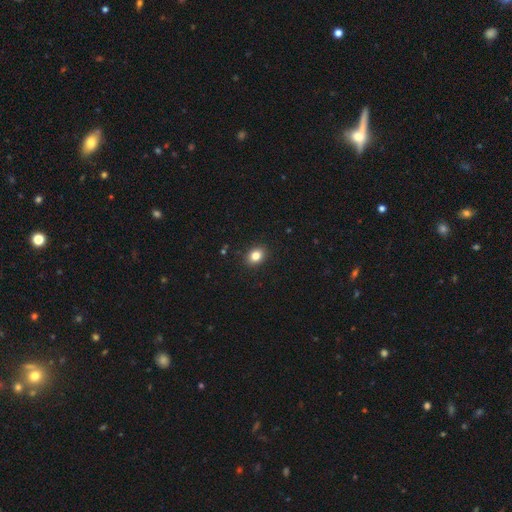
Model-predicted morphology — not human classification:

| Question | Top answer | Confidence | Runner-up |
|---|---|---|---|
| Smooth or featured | smooth | 83% | star or artifact (10%) |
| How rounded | in between | 61% | round (38%) |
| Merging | none | 90% | minor disturbance (7%) |